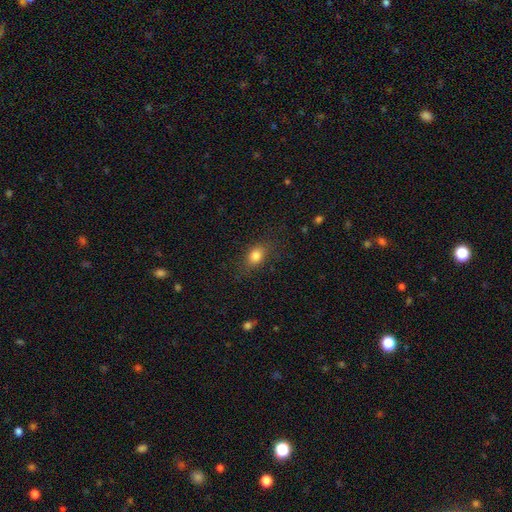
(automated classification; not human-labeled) Smooth or featured?
  - smooth: 81% *
  - star or artifact: 10%
  - featured or disk: 9%
How rounded?
  - in between: 68% *
  - round: 29%
  - cigar-shaped: 4%
Merging?
  - none: 78% *
  - minor disturbance: 15%
  - major disturbance: 6%
  - merger: 1%